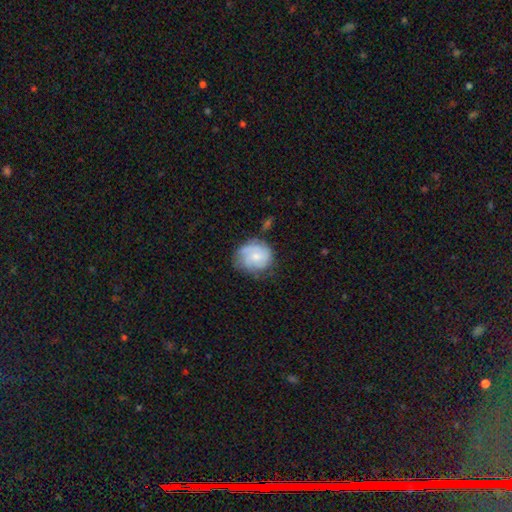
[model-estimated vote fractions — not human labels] Q: Smooth or featured?
A: featured or disk (47%); runner-up: smooth (46%)
Q: Merging?
A: none (58%); runner-up: minor disturbance (27%)